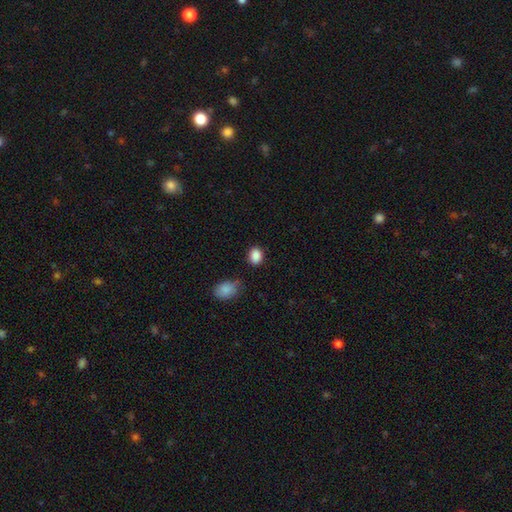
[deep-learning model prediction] Smooth or featured? smooth (88%)
How rounded? in between (56%)
Merging? none (81%)